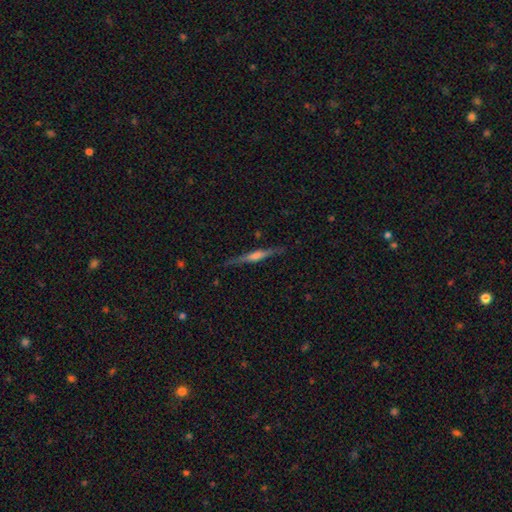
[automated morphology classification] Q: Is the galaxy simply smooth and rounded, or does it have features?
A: featured or disk — 72%.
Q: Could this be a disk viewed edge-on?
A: yes — 98%.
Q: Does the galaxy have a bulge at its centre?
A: rounded — 65%.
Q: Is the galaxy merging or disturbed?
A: none — 88%.